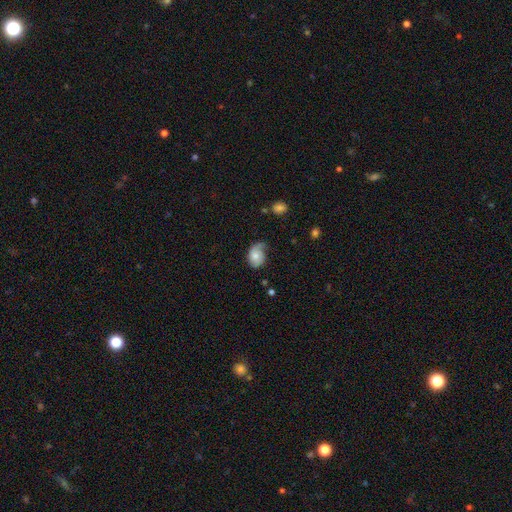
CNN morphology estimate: This appears to be a smooth galaxy with no disk features (48%). Merging: none (42%).